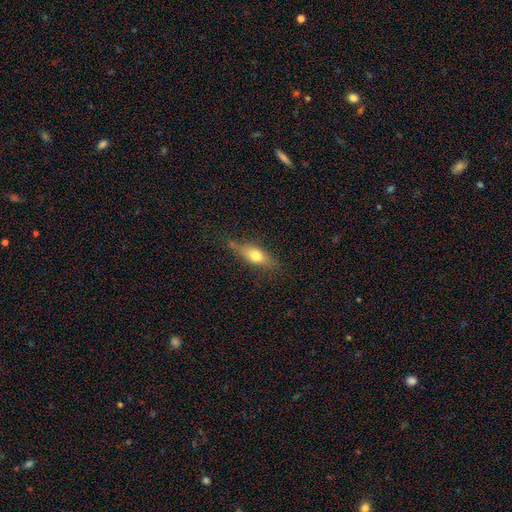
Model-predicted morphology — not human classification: Smooth or featured: smooth — 62% (featured or disk — 31%)
How rounded: in between — 62% (cigar-shaped — 32%)
Merging: none — 62% (minor disturbance — 26%)